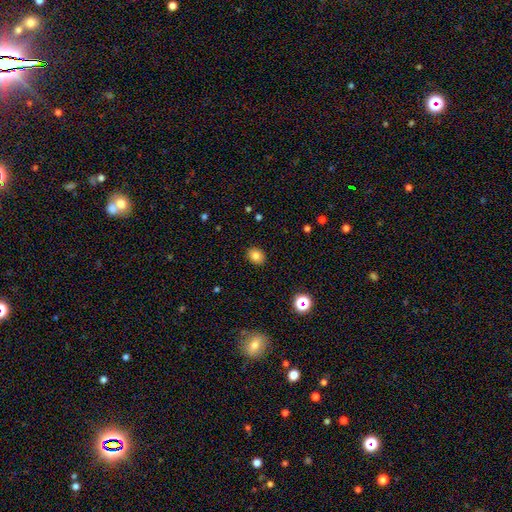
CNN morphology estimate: smooth 81%, star or artifact 11%, featured or disk 7%. Down the decision tree: how rounded — round (50%); merging — none (89%).